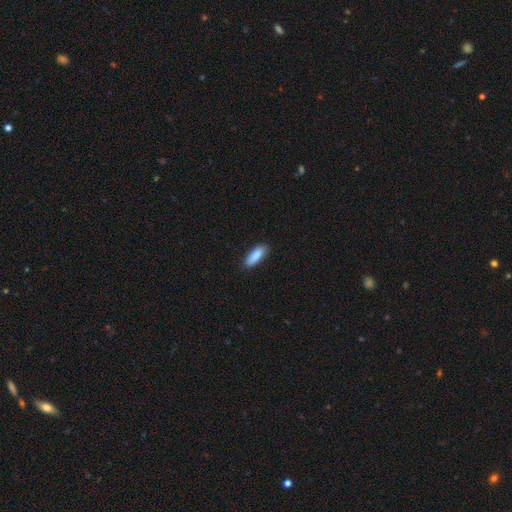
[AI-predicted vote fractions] smooth_or_featured: smooth (p=0.86) [alt: featured or disk p=0.08]
how_rounded: in between (p=0.61) [alt: cigar-shaped p=0.37]
merging: none (p=0.83) [alt: minor disturbance p=0.13]